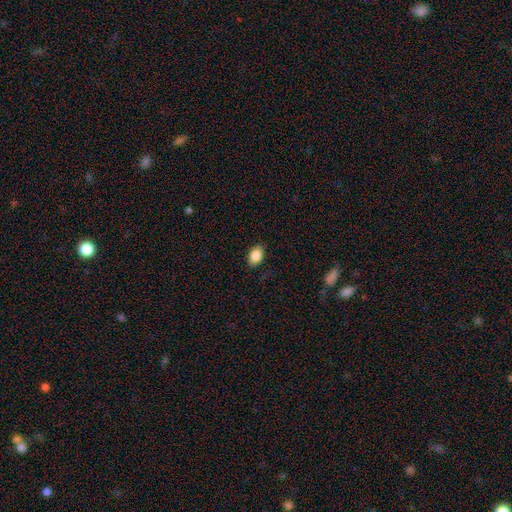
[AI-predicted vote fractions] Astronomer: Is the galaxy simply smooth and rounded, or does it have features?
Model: smooth — 86%.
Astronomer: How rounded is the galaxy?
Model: in between — 88%.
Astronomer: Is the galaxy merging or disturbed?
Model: none — 87%.